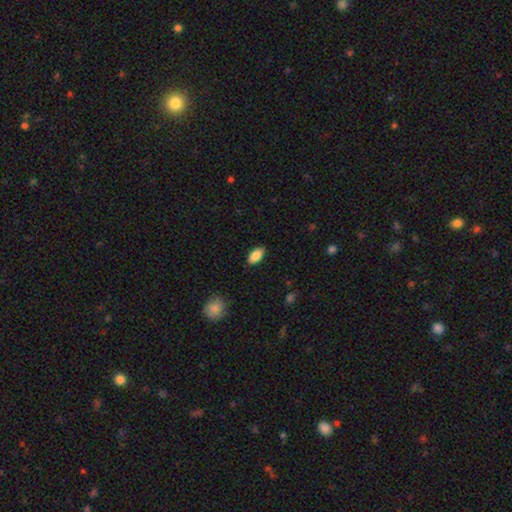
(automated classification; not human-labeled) smooth 87%, star or artifact 7%, featured or disk 6%. Down the decision tree: how rounded — in between (93%); merging — none (88%).